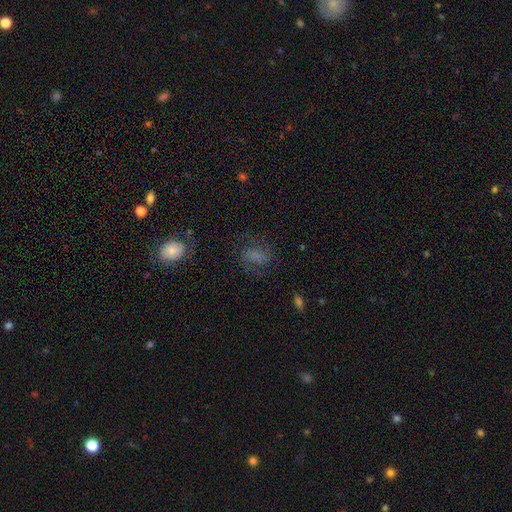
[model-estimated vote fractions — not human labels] smooth-or-featured: smooth: 43% | featured or disk: 41% | star or artifact: 17%
  merging: none: 63% | minor disturbance: 18% | major disturbance: 17% | merger: 2%